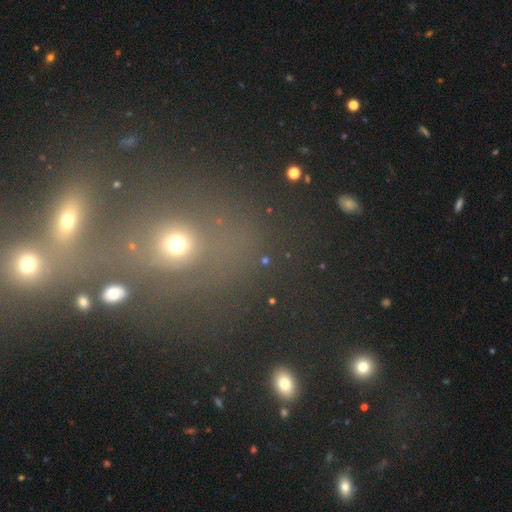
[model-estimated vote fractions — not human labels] smooth_or_featured: star or artifact (p=0.43) [tied with: smooth p=0.43]